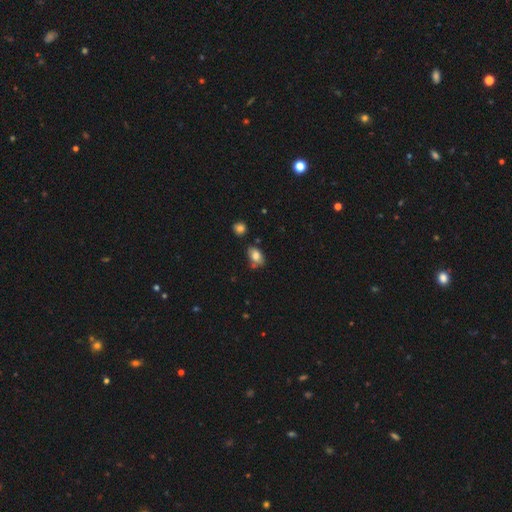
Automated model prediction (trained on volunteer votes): This appears to be a smooth galaxy with no disk features (80%) that is in between round and cigar-shaped (85%). Merging: none (62%).